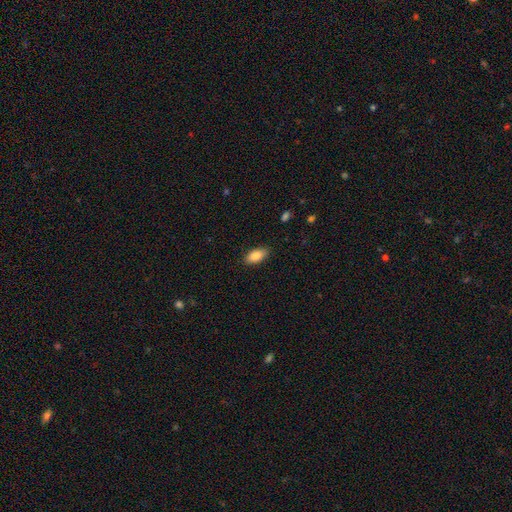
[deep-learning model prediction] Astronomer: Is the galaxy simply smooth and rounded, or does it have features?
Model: smooth — 87%.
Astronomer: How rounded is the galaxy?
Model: in between — 91%.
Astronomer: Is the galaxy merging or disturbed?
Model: none — 86%.